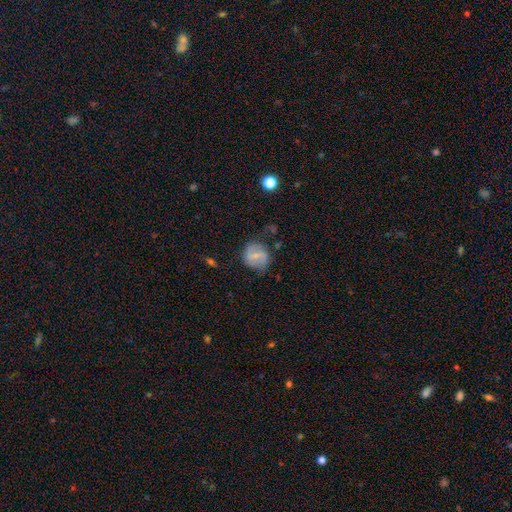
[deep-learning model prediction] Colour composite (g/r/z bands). It shows a featured or disk galaxy (49%). Merging: none (62%).